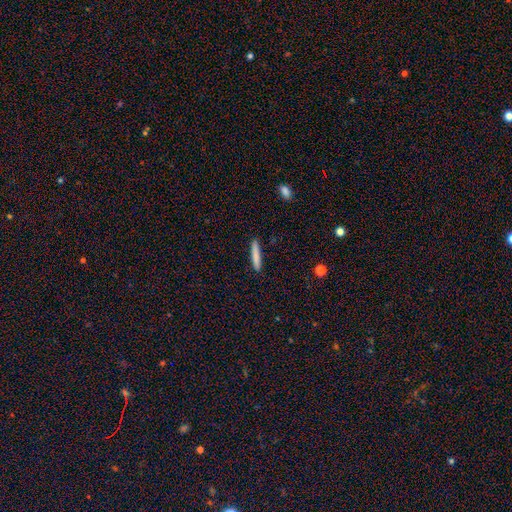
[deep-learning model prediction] Morphology: type=smooth (81%); roundness=cigar-shaped (93%); merging=none (90%).